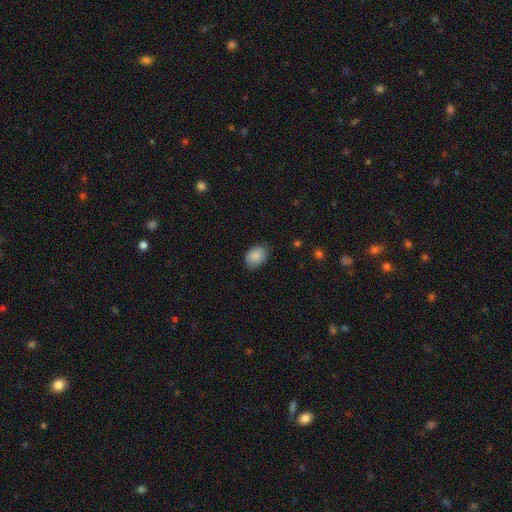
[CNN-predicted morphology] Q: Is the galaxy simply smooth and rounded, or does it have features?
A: smooth — 88%.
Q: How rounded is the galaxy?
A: in between — 75%.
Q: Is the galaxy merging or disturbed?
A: none — 76%.